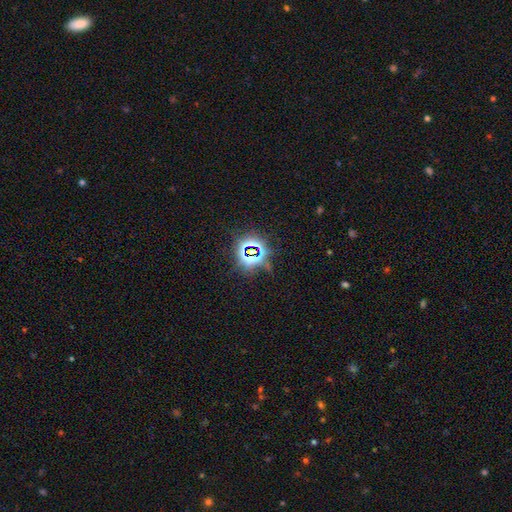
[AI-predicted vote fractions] A star or artifact, not a galaxy (81%).

Vote fractions:
- Smooth or featured? star or artifact: 81% / smooth: 11% / featured or disk: 8%